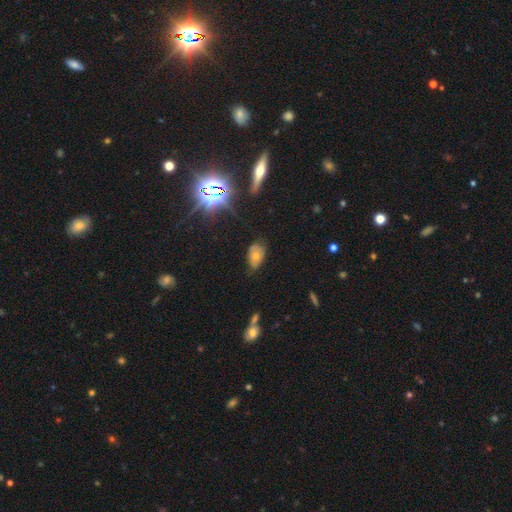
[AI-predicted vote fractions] smooth_or_featured: smooth (p=0.58) [alt: featured or disk p=0.23]
how_rounded: in between (p=0.87) [alt: round p=0.11]
merging: none (p=0.53) [alt: minor disturbance p=0.35]